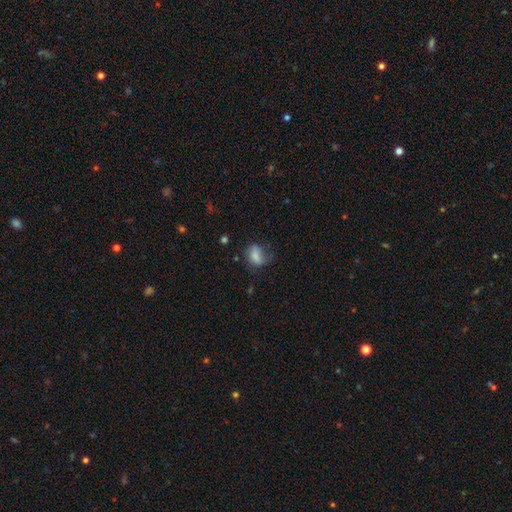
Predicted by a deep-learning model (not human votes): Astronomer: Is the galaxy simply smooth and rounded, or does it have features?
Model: smooth — 73%.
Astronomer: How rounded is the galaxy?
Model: in between — 73%.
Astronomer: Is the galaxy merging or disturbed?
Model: none — 38% (runner-up: minor disturbance, 31%).